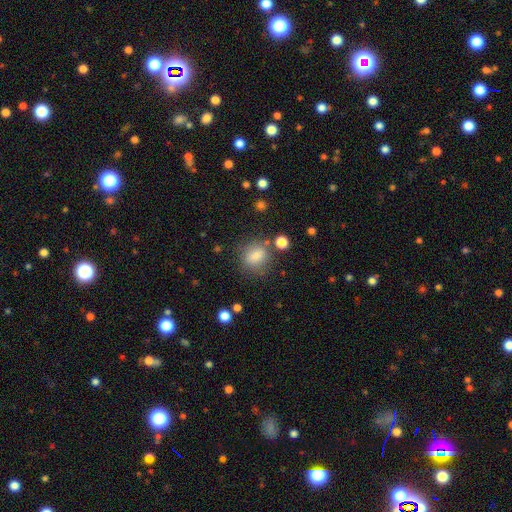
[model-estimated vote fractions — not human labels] Smooth or featured?
  - smooth: 81% *
  - star or artifact: 11%
  - featured or disk: 8%
How rounded?
  - round: 61% *
  - in between: 37%
  - cigar-shaped: 2%
Merging?
  - none: 74% *
  - minor disturbance: 14%
  - merger: 7%
  - major disturbance: 6%